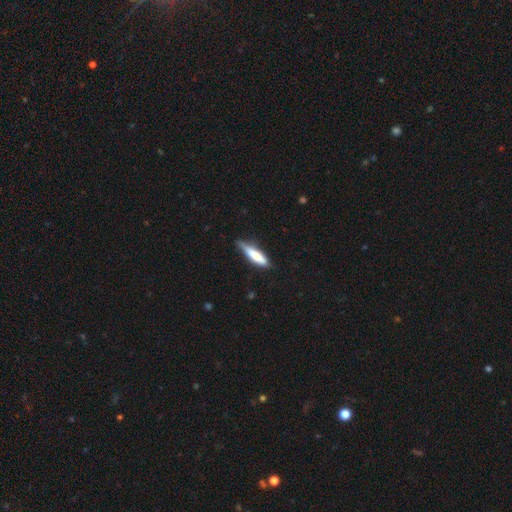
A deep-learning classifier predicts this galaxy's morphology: Q: Smooth or featured?
A: smooth (73%); runner-up: featured or disk (21%)
Q: How rounded?
A: cigar-shaped (74%); runner-up: in between (24%)
Q: Merging?
A: none (62%); runner-up: minor disturbance (30%)